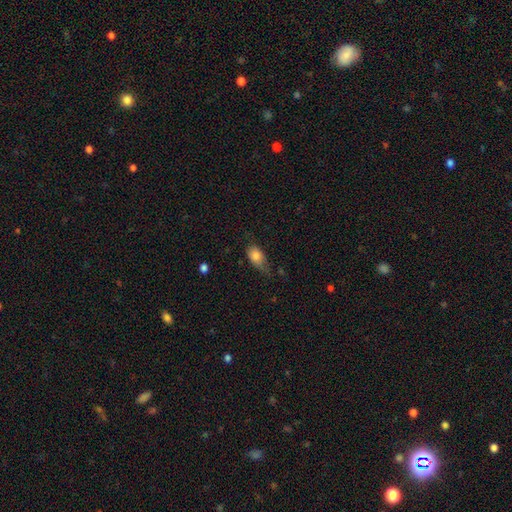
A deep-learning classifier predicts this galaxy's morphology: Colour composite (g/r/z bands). It shows a smooth galaxy with no disk features (79%) that is in between round and cigar-shaped (83%). Merging: minor disturbance (41%).